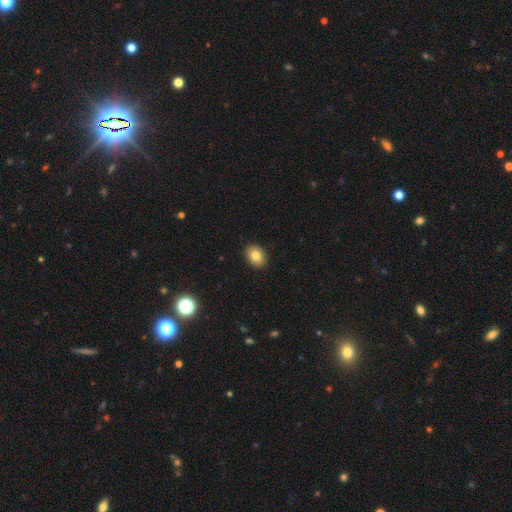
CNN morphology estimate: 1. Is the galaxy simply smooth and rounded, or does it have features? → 82% smooth, 9% star or artifact, 9% featured or disk.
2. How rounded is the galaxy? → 68% in between, 31% round, 1% cigar-shaped.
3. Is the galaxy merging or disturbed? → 91% none, 6% minor disturbance, 2% major disturbance, 1% merger.